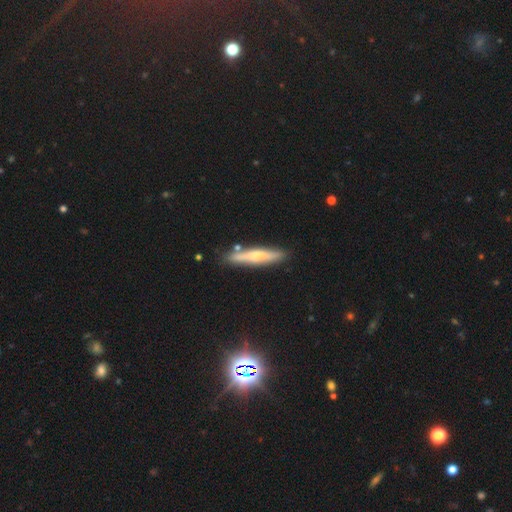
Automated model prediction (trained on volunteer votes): This is possibly a featured or disk galaxy (48%). Merging: clearly none (83%).